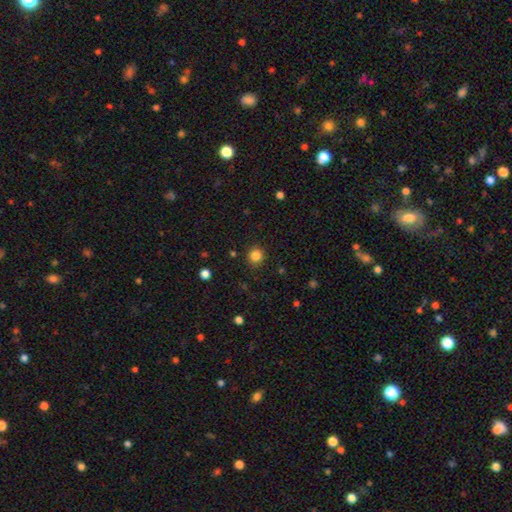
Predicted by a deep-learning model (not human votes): A smooth galaxy with no disk features (84%) that is round (92%).

Vote fractions:
- Smooth or featured? smooth: 84% / star or artifact: 12% / featured or disk: 4%
- How rounded? round: 92% / in between: 7% / cigar-shaped: 1%
- Merging? none: 90% / minor disturbance: 7% / major disturbance: 2% / merger: 1%